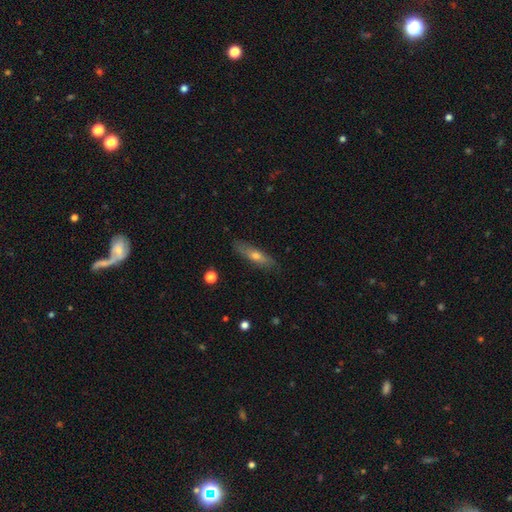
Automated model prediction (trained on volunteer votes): Smooth or featured: smooth — 50% (featured or disk — 43%)
Merging: none — 83% (minor disturbance — 13%)